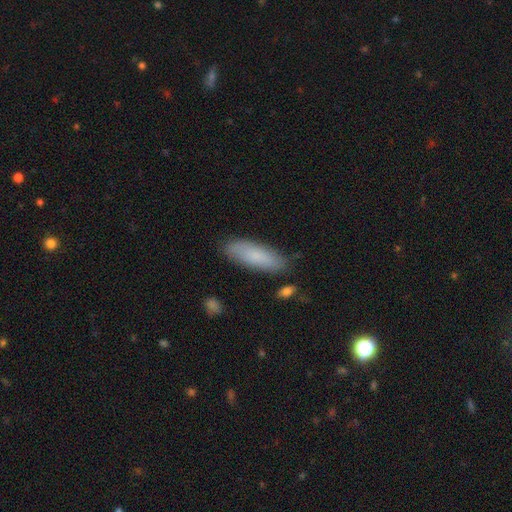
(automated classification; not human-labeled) A smooth galaxy with no disk features (79%) that is in between round and cigar-shaped (56%).

Vote fractions:
- Smooth or featured? smooth: 79% / featured or disk: 14% / star or artifact: 7%
- How rounded? in between: 56% / cigar-shaped: 42% / round: 2%
- Merging? none: 83% / minor disturbance: 12% / major disturbance: 2% / merger: 2%